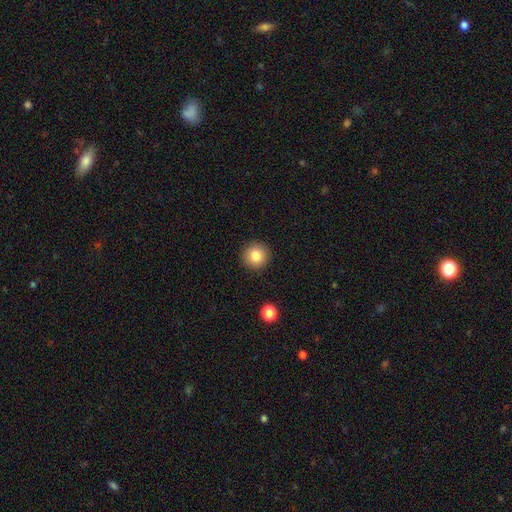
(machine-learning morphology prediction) Smooth or featured? Predicted: smooth (p=0.81). How rounded? Predicted: round (p=0.95). Merging? Predicted: none (p=0.92).